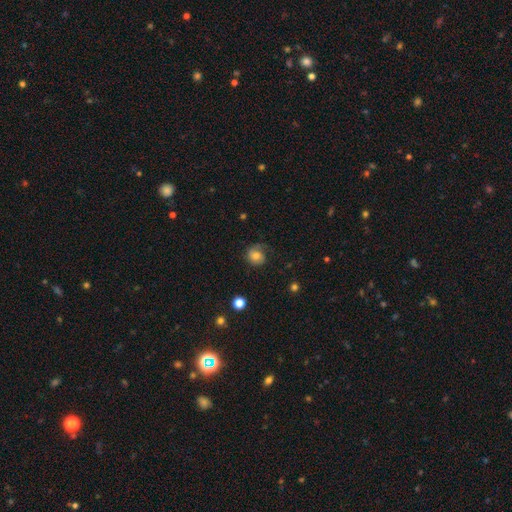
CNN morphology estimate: A smooth galaxy with no disk features (67%) that is round (76%).

Vote fractions:
- Smooth or featured? smooth: 67% / featured or disk: 23% / star or artifact: 10%
- How rounded? round: 76% / in between: 23% / cigar-shaped: 1%
- Merging? none: 62% / minor disturbance: 23% / major disturbance: 14% / merger: 2%